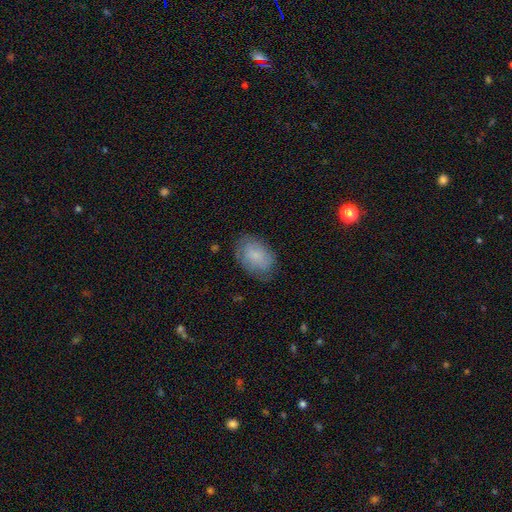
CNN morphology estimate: This appears to be a smooth galaxy with no disk features (74%) that is in between round and cigar-shaped (85%). Merging: none (73%).